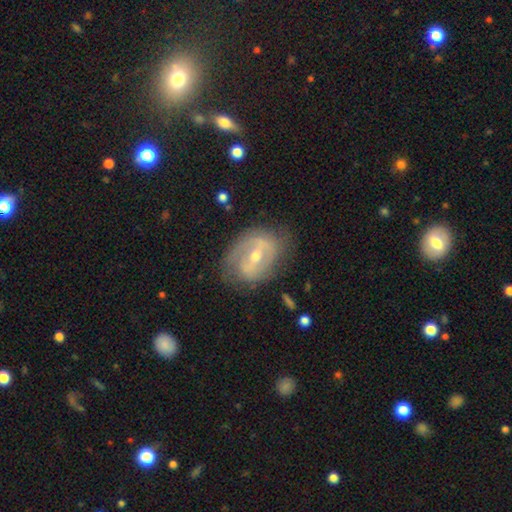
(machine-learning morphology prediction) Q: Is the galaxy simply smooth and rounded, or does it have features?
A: featured or disk — 78%.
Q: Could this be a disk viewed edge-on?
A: no — 95%.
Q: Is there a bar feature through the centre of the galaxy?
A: strong — 42%.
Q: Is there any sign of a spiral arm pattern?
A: yes — 73%.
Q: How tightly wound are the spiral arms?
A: medium — 40%, tied with tight.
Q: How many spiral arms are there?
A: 2 — 67%.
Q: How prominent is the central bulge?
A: moderate — 52%.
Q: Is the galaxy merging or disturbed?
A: none — 70%.